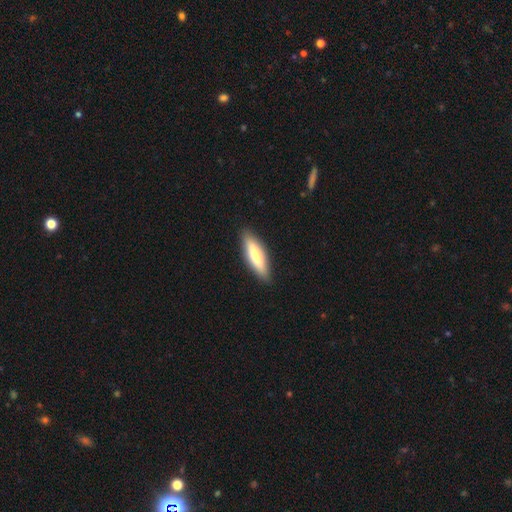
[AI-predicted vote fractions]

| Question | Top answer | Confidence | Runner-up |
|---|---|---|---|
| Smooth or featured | smooth | 71% | featured or disk (23%) |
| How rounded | cigar-shaped | 64% | in between (35%) |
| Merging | none | 88% | minor disturbance (9%) |